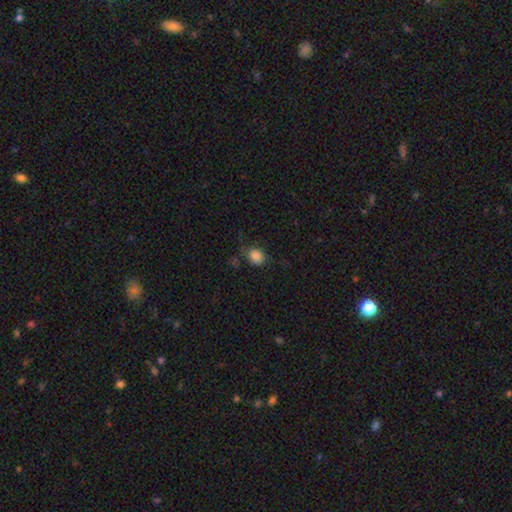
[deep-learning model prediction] Overall: smooth (81%). How rounded: round (54%; in between 45%). Merging: none (55%; minor disturbance 26%).